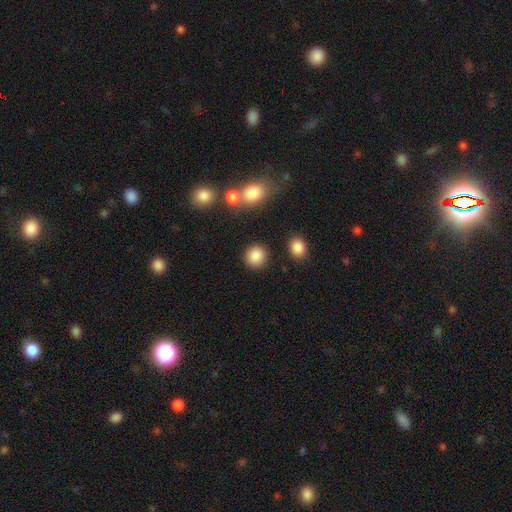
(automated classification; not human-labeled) This appears to be a smooth galaxy with no disk features (87%) that is round (90%). Merging: none (87%).